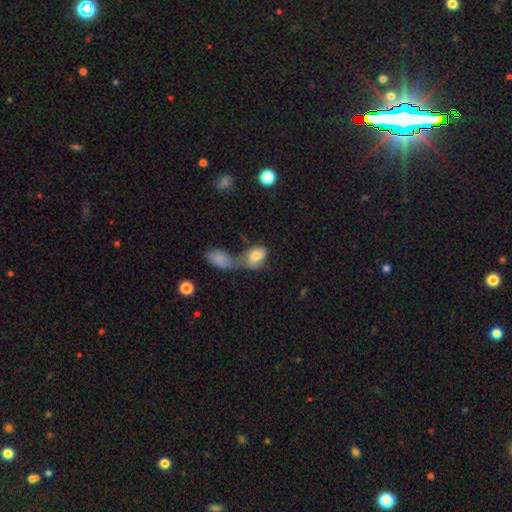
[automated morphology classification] smooth 71%, featured or disk 20%, star or artifact 8%. Down the decision tree: how rounded — in between (82%); merging — merger (59%).